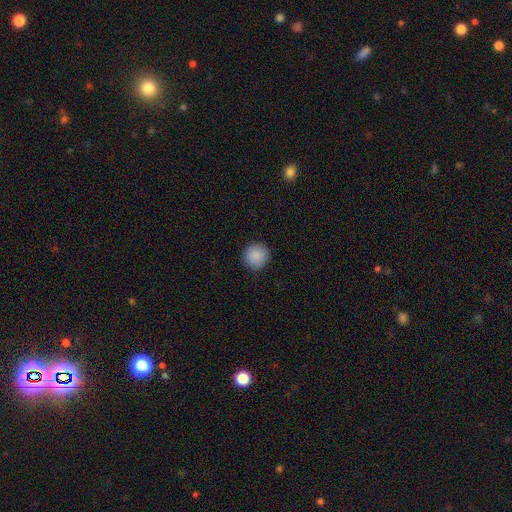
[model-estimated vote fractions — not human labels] smooth-or-featured: smooth: 89% | star or artifact: 8% | featured or disk: 3%
  how-rounded: round: 94% | in between: 5% | cigar-shaped: 1%
  merging: none: 91% | minor disturbance: 7% | major disturbance: 2% | merger: 1%